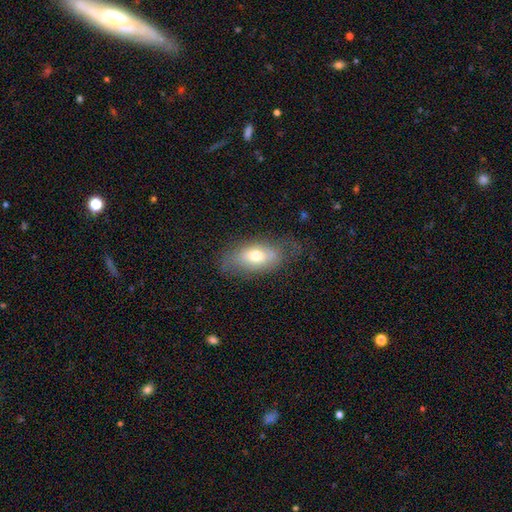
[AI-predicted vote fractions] Q: Smooth or featured?
A: smooth (60%); runner-up: featured or disk (32%)
Q: How rounded?
A: in between (90%); runner-up: cigar-shaped (6%)
Q: Merging?
A: none (58%); runner-up: minor disturbance (27%)